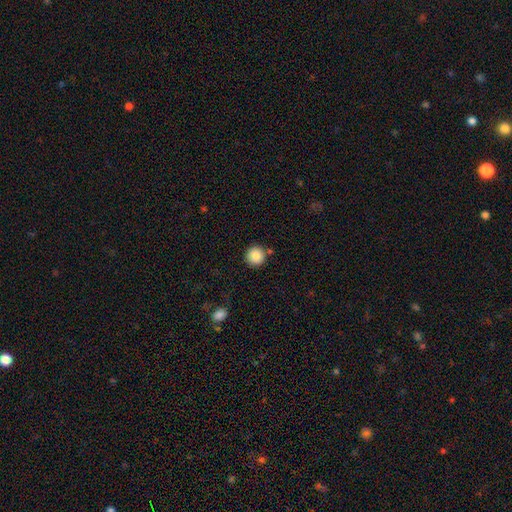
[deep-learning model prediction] Overall: smooth (88%). How rounded: round (95%). Merging: none (85%).